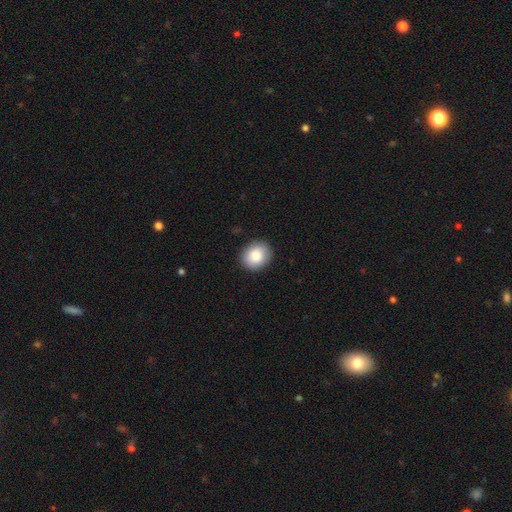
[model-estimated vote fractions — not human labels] Overall: smooth (85%). How rounded: round (63%; in between 36%). Merging: none (89%).